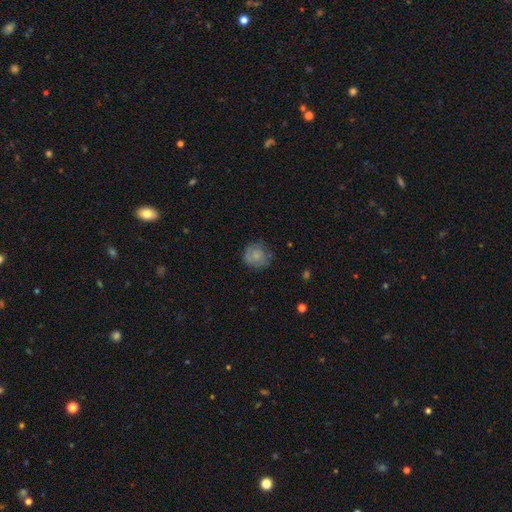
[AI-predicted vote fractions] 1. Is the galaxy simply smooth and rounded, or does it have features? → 72% smooth, 19% featured or disk, 9% star or artifact.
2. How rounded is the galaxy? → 85% round, 14% in between, 1% cigar-shaped.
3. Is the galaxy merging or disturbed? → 70% none, 22% minor disturbance, 7% major disturbance, 1% merger.